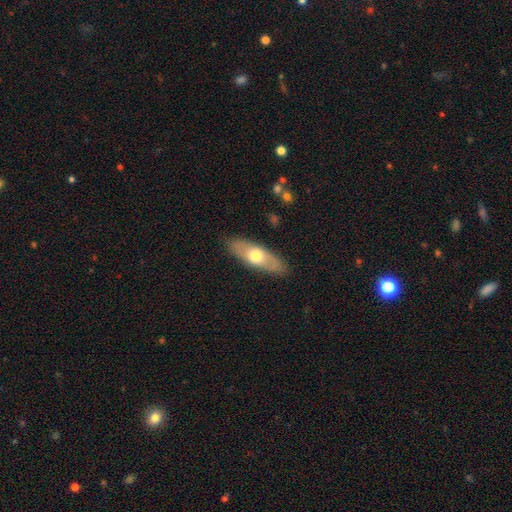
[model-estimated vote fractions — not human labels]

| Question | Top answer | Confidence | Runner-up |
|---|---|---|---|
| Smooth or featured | smooth | 55% | featured or disk (40%) |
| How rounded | in between | 65% | cigar-shaped (32%) |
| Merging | none | 87% | minor disturbance (10%) |